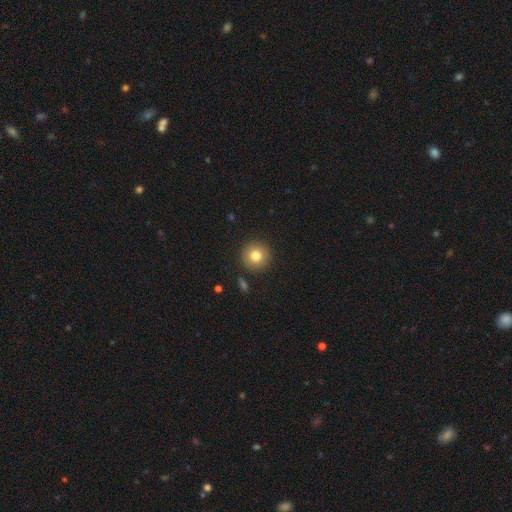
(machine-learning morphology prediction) smooth-or-featured: smooth: 80% | star or artifact: 10% | featured or disk: 10%
  how-rounded: round: 95% | in between: 4% | cigar-shaped: 1%
  merging: none: 90% | minor disturbance: 6% | major disturbance: 2% | merger: 2%